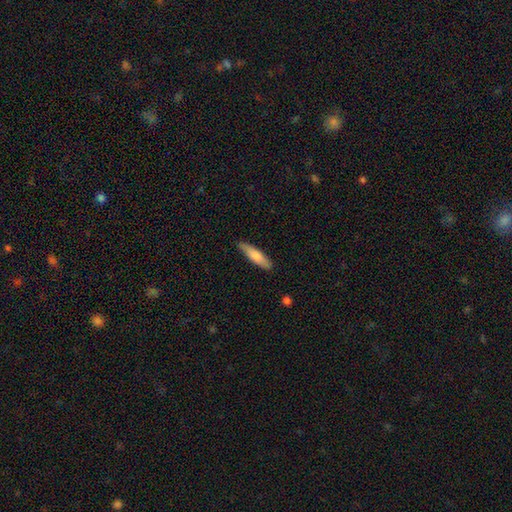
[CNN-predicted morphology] Overall: smooth (77%). How rounded: cigar-shaped (73%). Merging: none (84%).